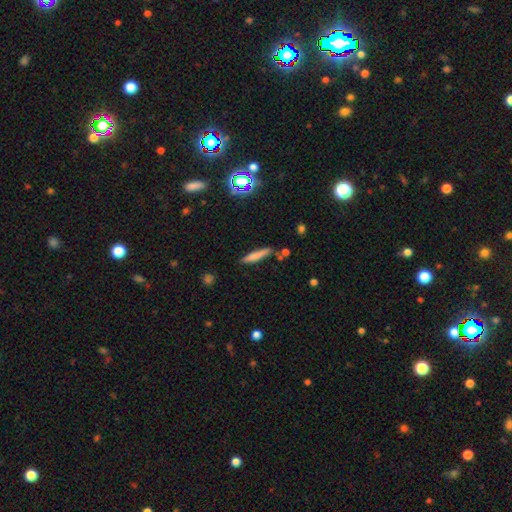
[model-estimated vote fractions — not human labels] A smooth galaxy with no disk features (70%) that is cigar-shaped (88%). Merging: none (75%).